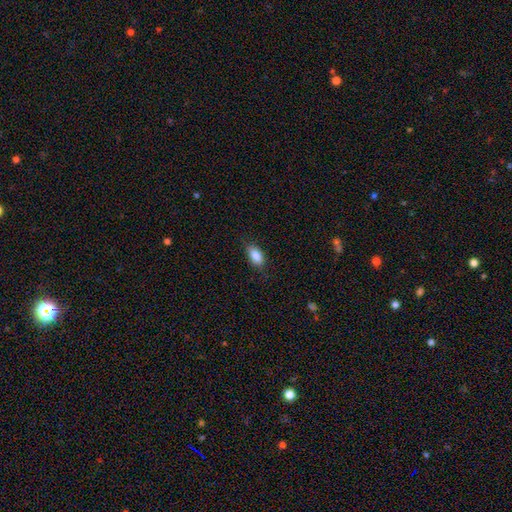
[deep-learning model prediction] This is clearly a smooth galaxy (86%). How rounded: clearly in between (89%). Merging: likely none (77%).